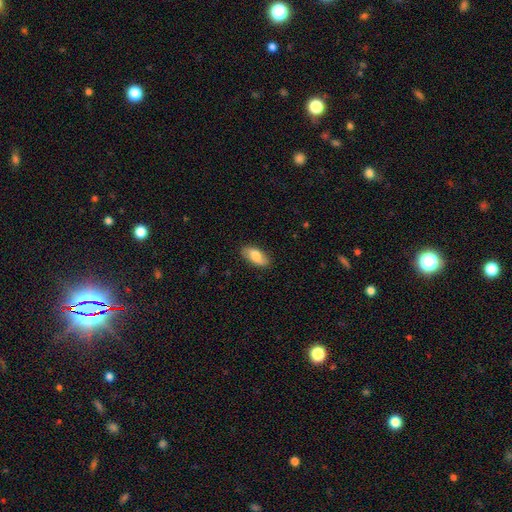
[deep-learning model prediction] Smooth or featured: smooth — 69% (featured or disk — 24%)
How rounded: in between — 88% (cigar-shaped — 8%)
Merging: none — 84% (minor disturbance — 13%)